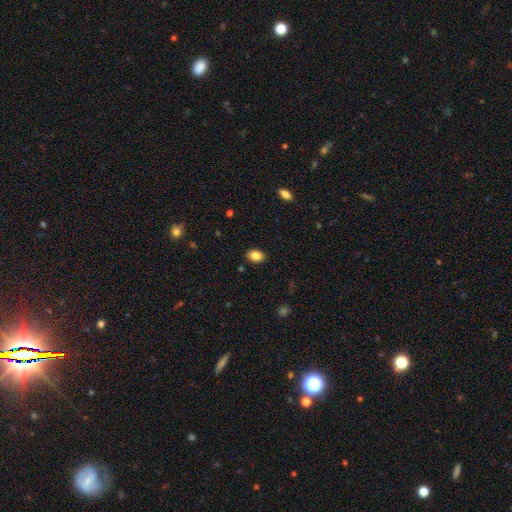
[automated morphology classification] This appears to be a smooth galaxy with no disk features (85%) that is in between round and cigar-shaped (79%). Merging: none (88%).